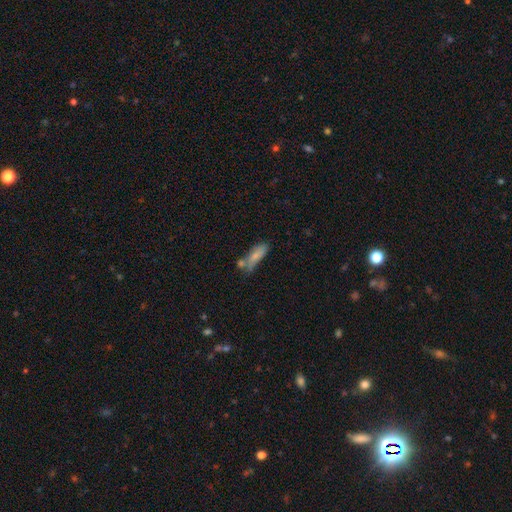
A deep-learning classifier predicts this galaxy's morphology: smooth_or_featured: smooth (p=0.75) [alt: featured or disk p=0.17]
how_rounded: cigar-shaped (p=0.50) [alt: in between p=0.47]
merging: none (p=0.44) [alt: merger p=0.24]